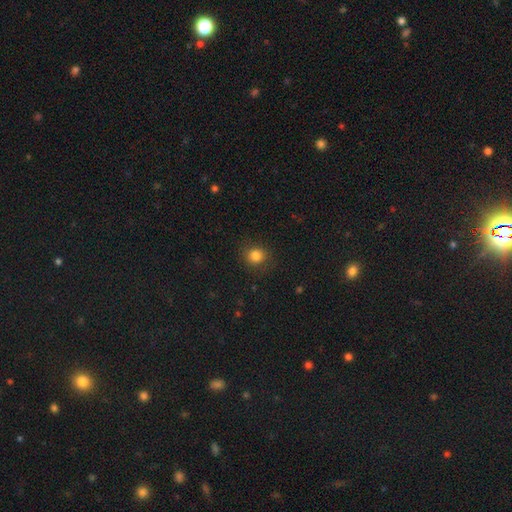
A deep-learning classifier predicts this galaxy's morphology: Smooth or featured?
  - smooth: 83% *
  - star or artifact: 12%
  - featured or disk: 5%
How rounded?
  - round: 84% *
  - in between: 15%
  - cigar-shaped: 1%
Merging?
  - none: 84% *
  - minor disturbance: 11%
  - major disturbance: 4%
  - merger: 1%